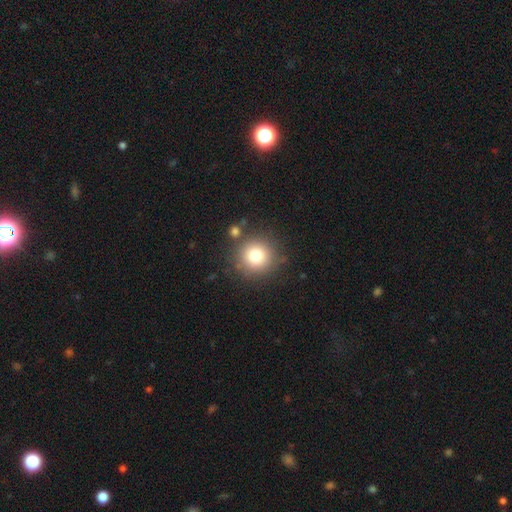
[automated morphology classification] Overall: smooth (78%). How rounded: round (94%). Merging: none (83%).